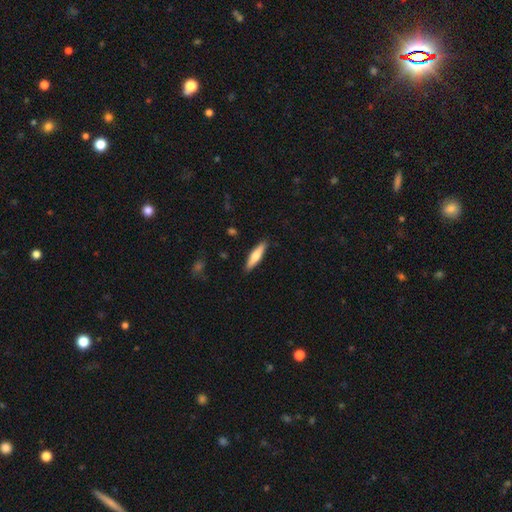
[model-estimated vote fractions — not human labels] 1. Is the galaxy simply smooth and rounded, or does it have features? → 64% smooth, 30% featured or disk, 5% star or artifact.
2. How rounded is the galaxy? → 77% cigar-shaped, 21% in between, 2% round.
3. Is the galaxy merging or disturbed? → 89% none, 8% minor disturbance, 2% major disturbance, 1% merger.